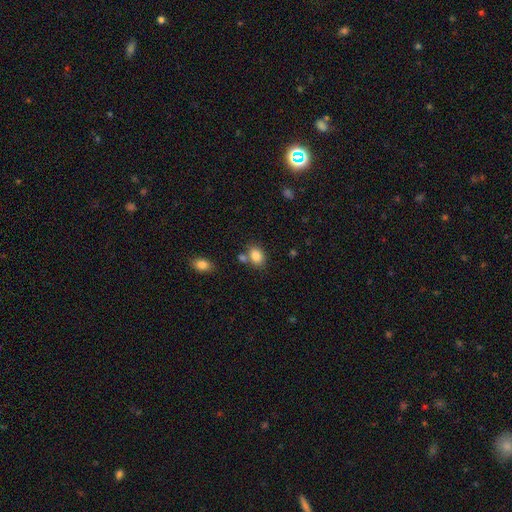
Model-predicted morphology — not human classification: smooth 85%, star or artifact 9%, featured or disk 6%. Down the decision tree: how rounded — in between (69%); merging — none (65%).